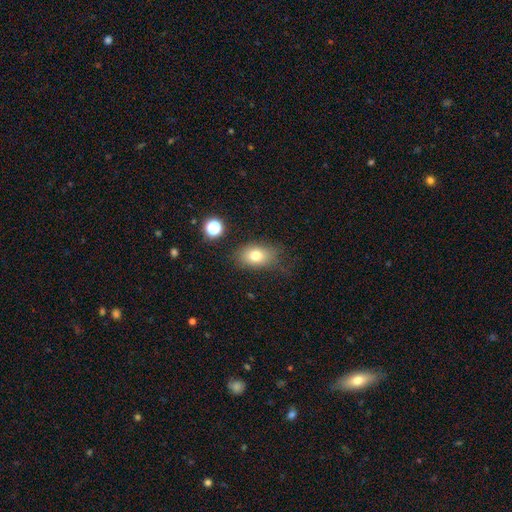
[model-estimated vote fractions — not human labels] A smooth galaxy with no disk features (77%) that is in between round and cigar-shaped (77%). Merging: none (69%).